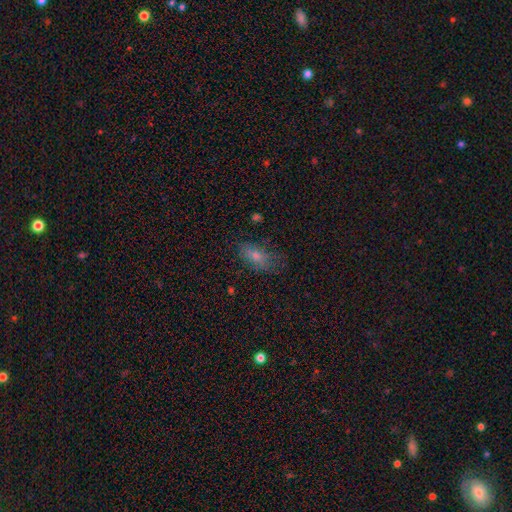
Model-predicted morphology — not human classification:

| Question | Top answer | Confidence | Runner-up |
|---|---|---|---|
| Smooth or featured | smooth | 63% | featured or disk (22%) |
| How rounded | in between | 83% | cigar-shaped (10%) |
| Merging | none | 63% | minor disturbance (25%) |